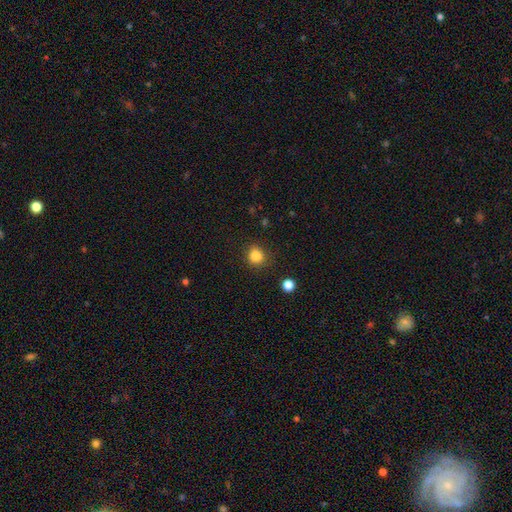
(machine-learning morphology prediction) smooth_or_featured: smooth (p=0.84) [alt: star or artifact p=0.12]
how_rounded: round (p=0.78) [alt: in between p=0.21]
merging: none (p=0.81) [alt: minor disturbance p=0.12]